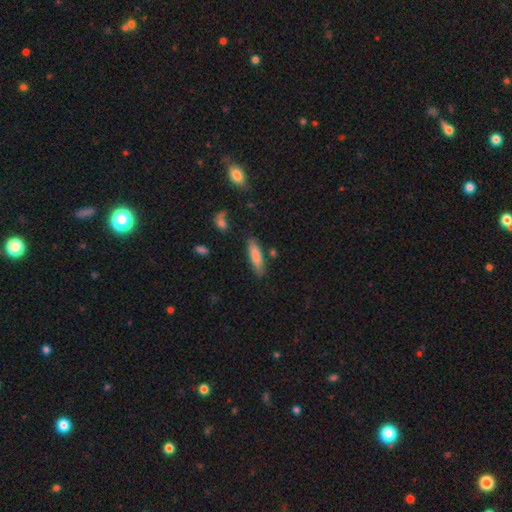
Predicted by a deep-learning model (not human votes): The model was most divided on "how rounded": cigar-shaped: 66%, in between: 32%, round: 1%. More confident: smooth or featured — smooth (82%); merging — none (81%).